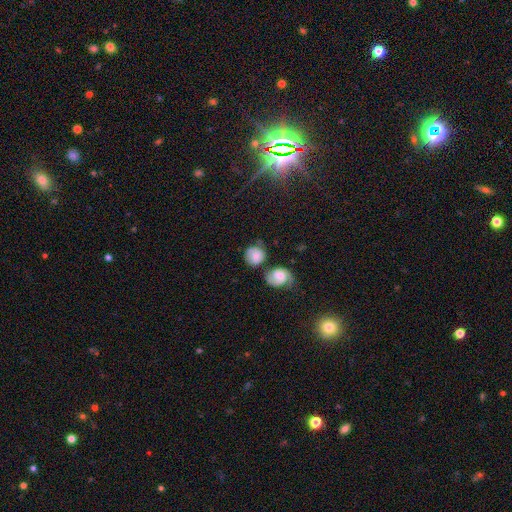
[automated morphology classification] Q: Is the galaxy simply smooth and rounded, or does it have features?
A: smooth — 60%.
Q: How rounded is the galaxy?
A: round — 80%.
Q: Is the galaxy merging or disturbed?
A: none — 53%.